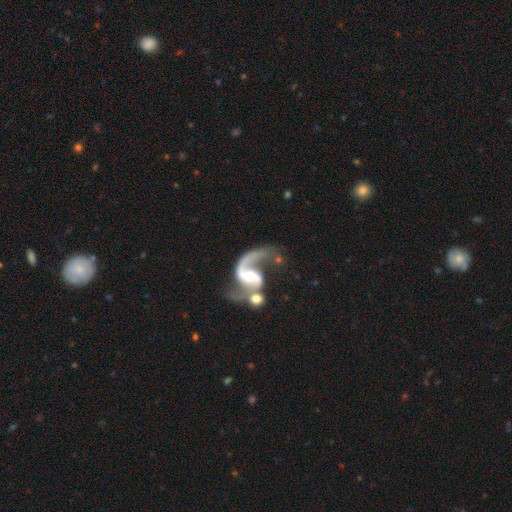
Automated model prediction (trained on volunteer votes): featured or disk 89%, smooth 6%, star or artifact 5%. Down the decision tree: edge-on disk — no (98%); bar — no (41%); spiral arms — yes (96%); spiral arm count — 2 (75%); spiral winding — loose (60%); bulge size — moderate (47%); merging — merger (35%).